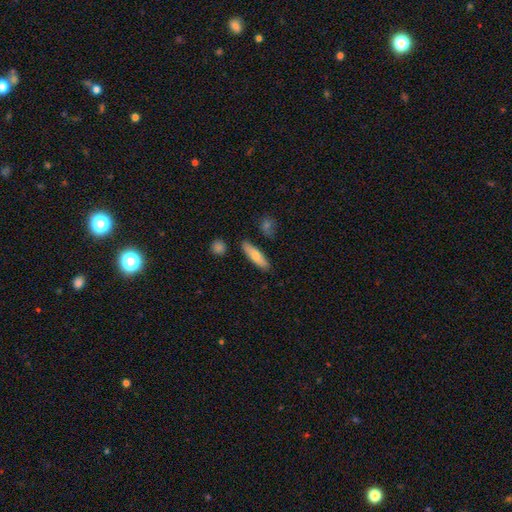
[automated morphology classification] The model was most divided on "how rounded": cigar-shaped: 63%, in between: 34%, round: 3%. More confident: merging — none (85%); smooth or featured — smooth (72%).